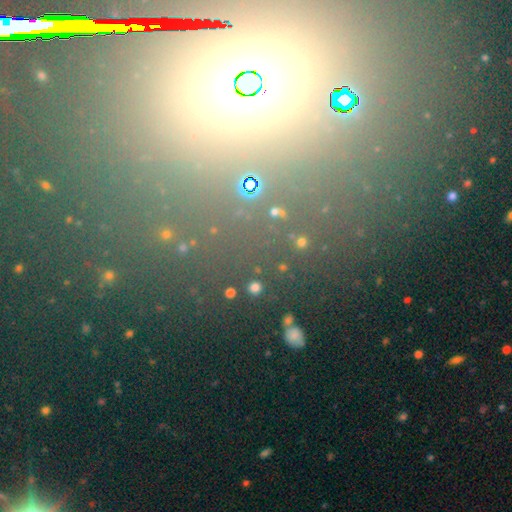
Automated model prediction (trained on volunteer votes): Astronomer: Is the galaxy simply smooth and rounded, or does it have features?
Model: star or artifact — 69%.